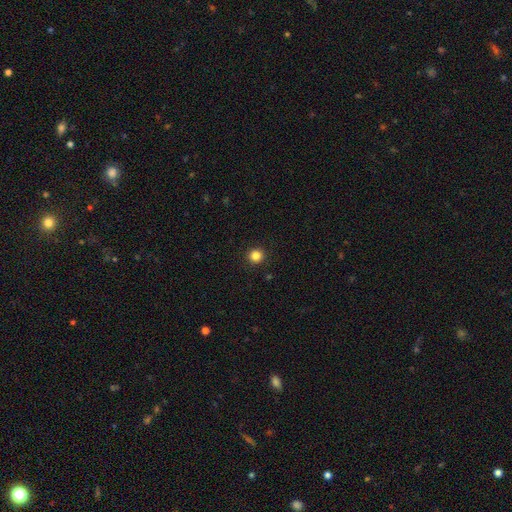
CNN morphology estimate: type=smooth (84%); roundness=round (95%); merging=none (93%).